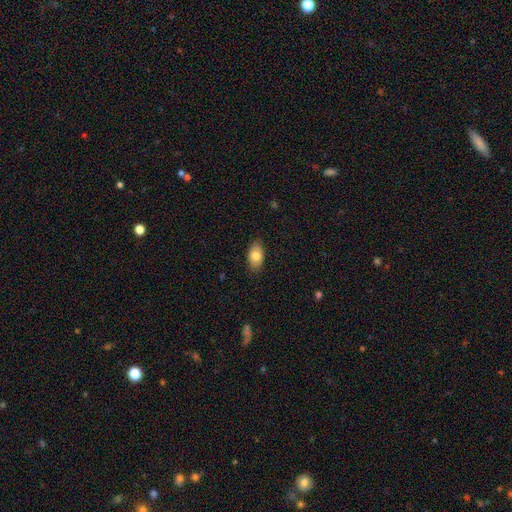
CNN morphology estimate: smooth-or-featured: smooth: 82% | featured or disk: 11% | star or artifact: 7%
  how-rounded: in between: 92% | round: 6% | cigar-shaped: 2%
  merging: none: 86% | minor disturbance: 11% | major disturbance: 2% | merger: 1%